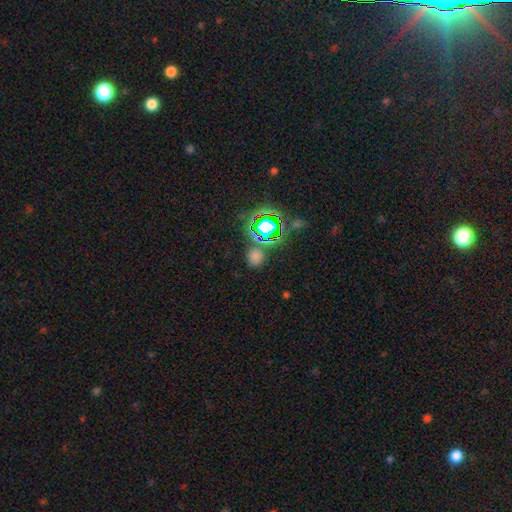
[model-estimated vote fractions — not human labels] A smooth galaxy with no disk features (59%) that is round (80%). Merging: none (79%).